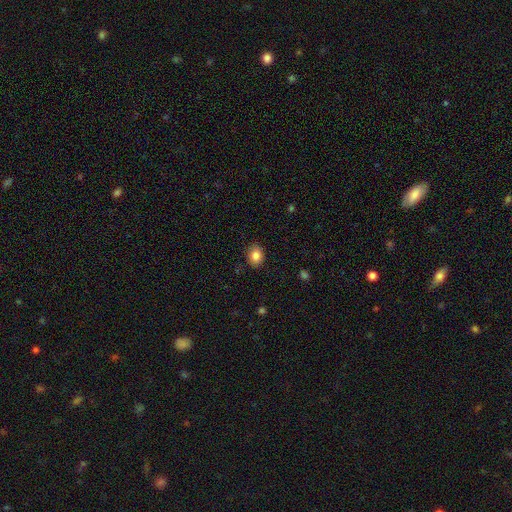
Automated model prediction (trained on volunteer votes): smooth_or_featured: smooth (p=0.84) [alt: star or artifact p=0.09]
how_rounded: in between (p=0.53) [alt: round p=0.46]
merging: none (p=0.85) [alt: minor disturbance p=0.11]